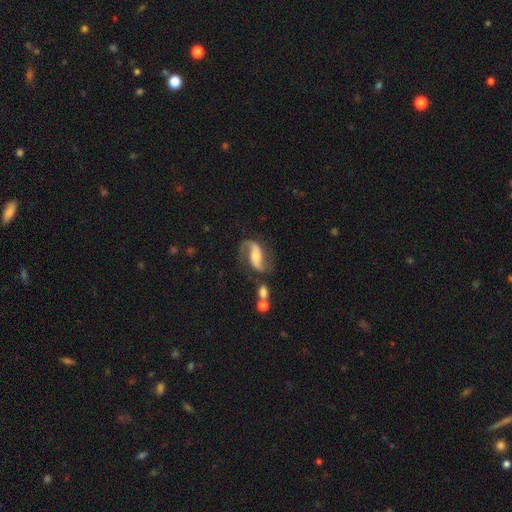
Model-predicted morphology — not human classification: Overall: featured or disk (86%). Edge-on disk: no (96%). Bar: strong (36%; weak 33%). Spiral arms: yes (96%). Spiral arm count: 2 (90%). Spiral winding: loose (54%; medium 36%). Bulge size: moderate (50%; small 34%). Merging: none (69%).